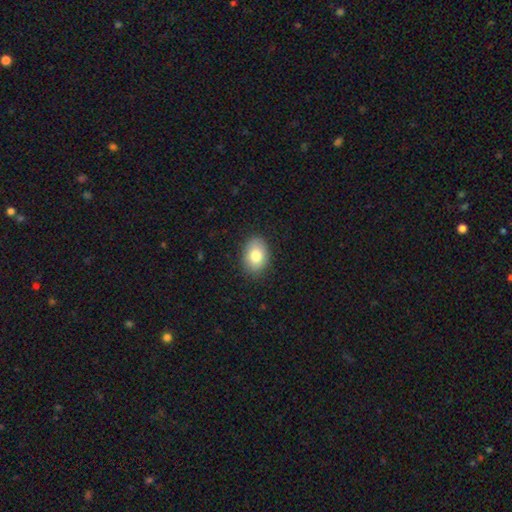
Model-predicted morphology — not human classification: smooth-or-featured: smooth: 81% | featured or disk: 11% | star or artifact: 8%
  how-rounded: in between: 80% | round: 19% | cigar-shaped: 1%
  merging: none: 86% | minor disturbance: 11% | major disturbance: 2% | merger: 1%